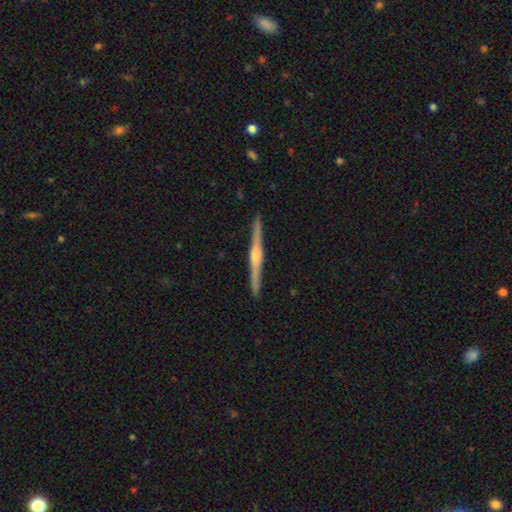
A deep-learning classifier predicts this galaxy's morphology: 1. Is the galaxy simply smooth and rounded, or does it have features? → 82% featured or disk, 13% smooth, 5% star or artifact.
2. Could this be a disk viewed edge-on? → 99% yes, 1% no.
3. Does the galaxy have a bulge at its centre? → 85% rounded, 8% boxy, 7% none.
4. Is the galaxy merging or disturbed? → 93% none, 5% minor disturbance, 1% major disturbance, 1% merger.